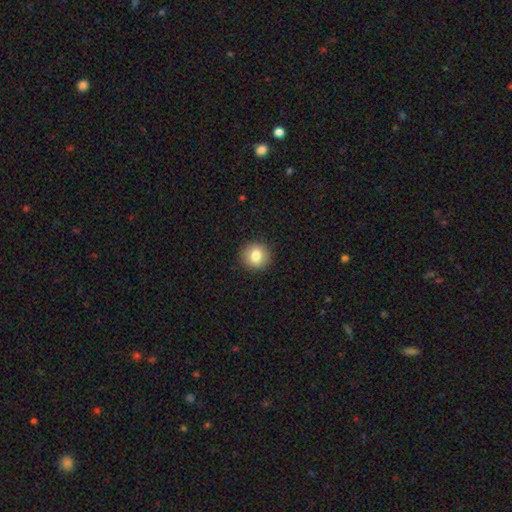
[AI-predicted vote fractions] Overall: smooth (82%). How rounded: round (90%). Merging: none (91%).